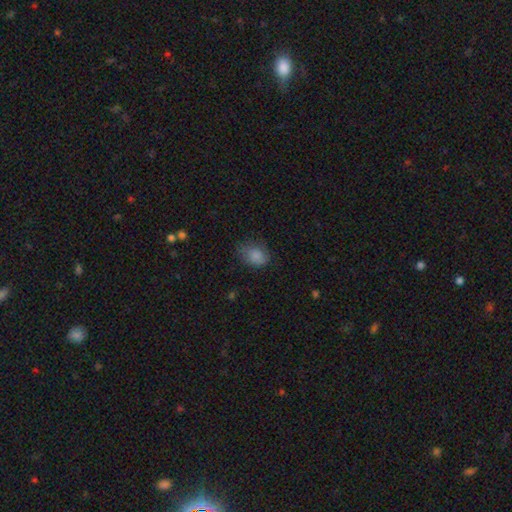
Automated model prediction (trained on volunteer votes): Smooth or featured: smooth — 82% (star or artifact — 9%)
How rounded: in between — 63% (round — 36%)
Merging: none — 57% (minor disturbance — 30%)